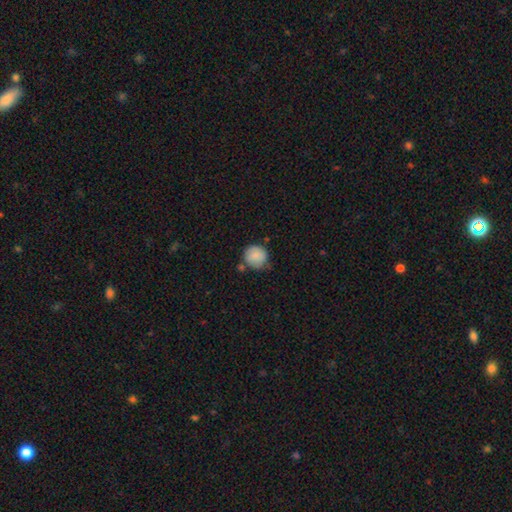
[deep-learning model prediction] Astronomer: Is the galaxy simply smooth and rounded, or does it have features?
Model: smooth — 85%.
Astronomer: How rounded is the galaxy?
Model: round — 90%.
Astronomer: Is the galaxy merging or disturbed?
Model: none — 65%.